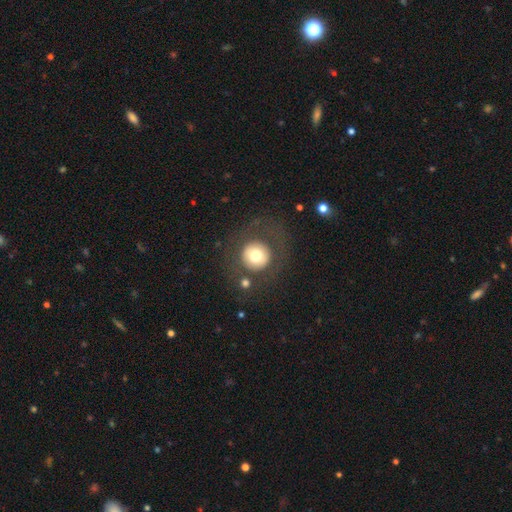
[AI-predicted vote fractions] Morphology: type=smooth (69%); roundness=round (95%); merging=none (75%).